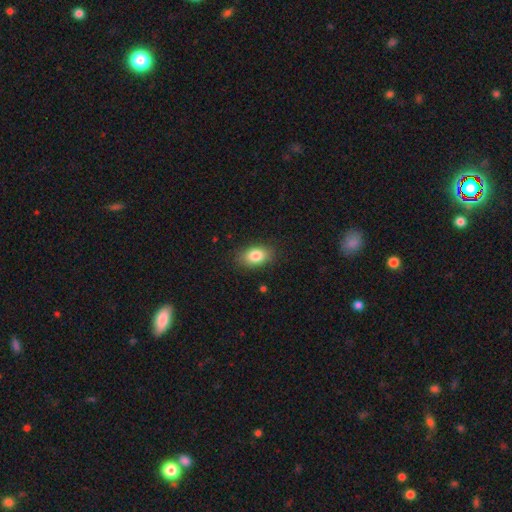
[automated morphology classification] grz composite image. It shows a smooth galaxy with no disk features (84%) that is in between round and cigar-shaped (87%). Merging: none (85%).